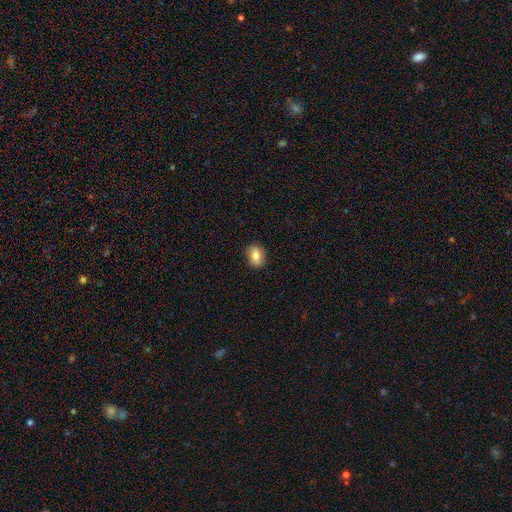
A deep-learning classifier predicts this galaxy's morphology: The model was most divided on "how rounded": in between: 65%, round: 34%, cigar-shaped: 1%. More confident: merging — none (87%); smooth or featured — smooth (80%).